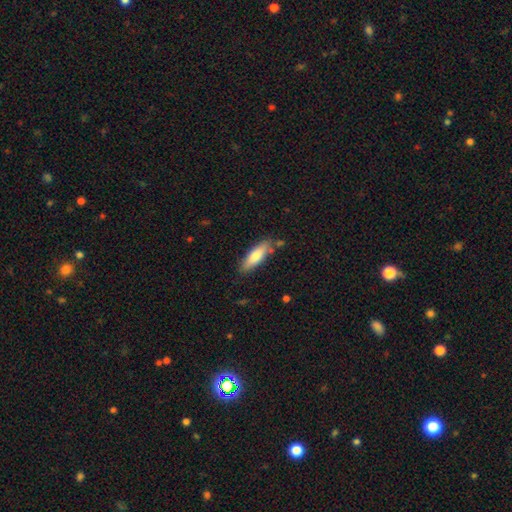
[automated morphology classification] smooth 76%, featured or disk 18%, star or artifact 6%. Down the decision tree: how rounded — cigar-shaped (54%); merging — none (80%).